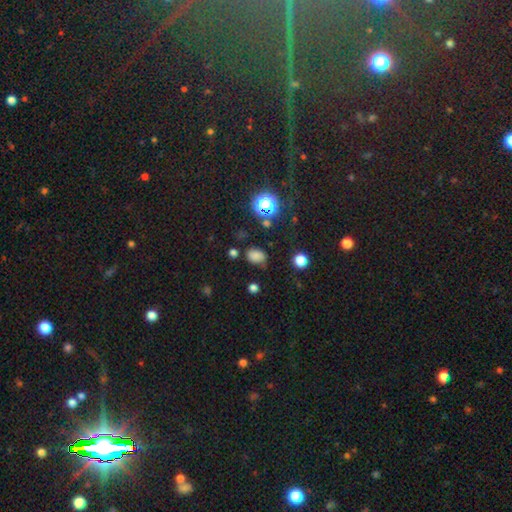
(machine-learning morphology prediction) type=smooth (73%); roundness=in between (69%); merging=none (67%).